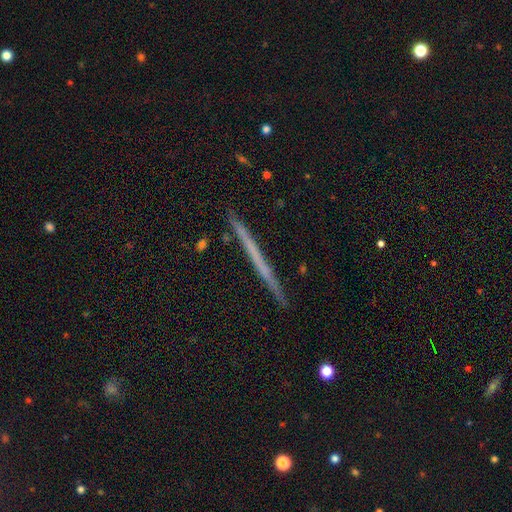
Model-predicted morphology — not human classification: This is possibly a featured or disk galaxy (55%). It is clearly viewed edge-on (97%). Edge-on bulge: clearly none (90%). Merging: clearly none (91%).